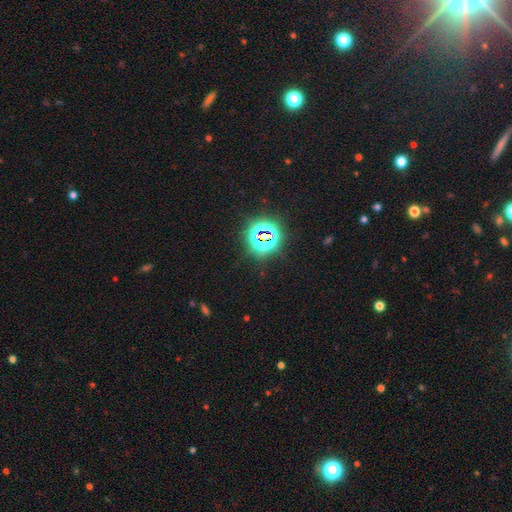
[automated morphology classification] smooth-or-featured: star or artifact: 81% | smooth: 13% | featured or disk: 6%